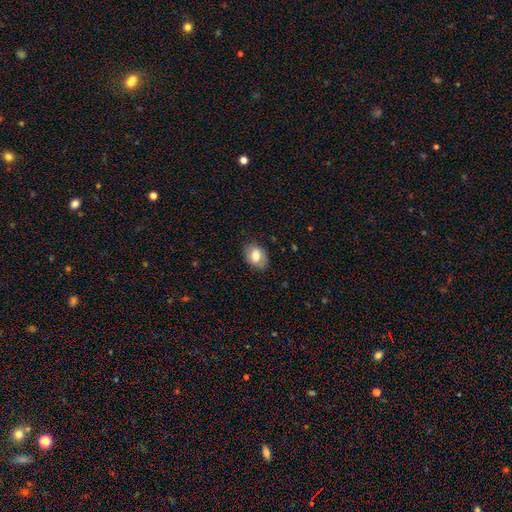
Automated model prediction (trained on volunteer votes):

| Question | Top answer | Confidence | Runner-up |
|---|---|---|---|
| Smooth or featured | smooth | 74% | featured or disk (18%) |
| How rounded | in between | 79% | round (20%) |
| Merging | none | 81% | minor disturbance (15%) |